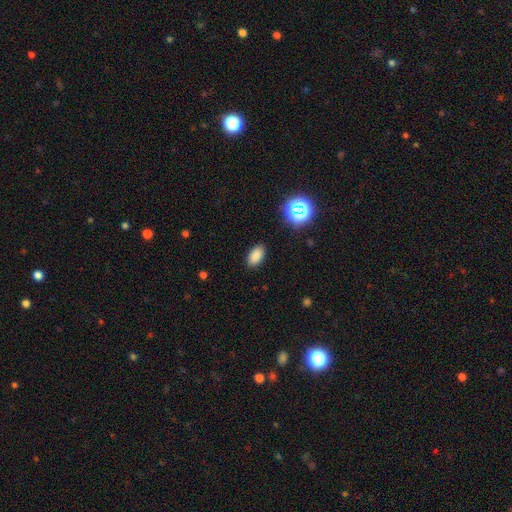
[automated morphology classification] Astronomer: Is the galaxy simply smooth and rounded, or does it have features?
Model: smooth — 83%.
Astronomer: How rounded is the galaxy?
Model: in between — 92%.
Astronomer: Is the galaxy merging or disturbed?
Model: none — 88%.